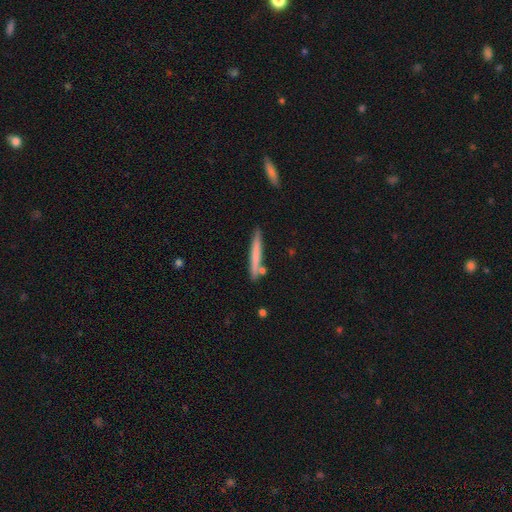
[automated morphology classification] smooth_or_featured: smooth (p=0.66) [alt: featured or disk p=0.28]
how_rounded: cigar-shaped (p=0.96) [alt: in between p=0.03]
merging: none (p=0.81) [alt: minor disturbance p=0.11]